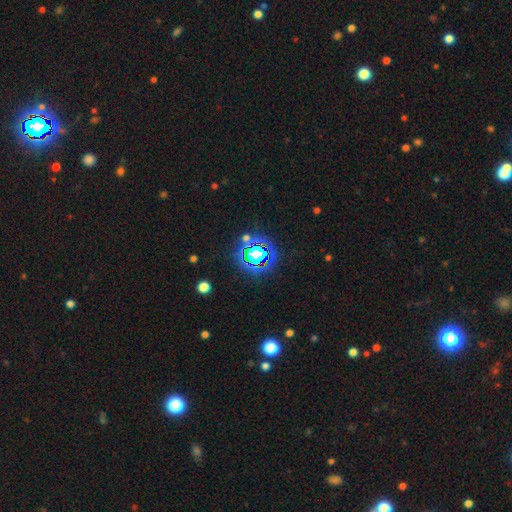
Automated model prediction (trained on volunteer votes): Smooth or featured? star or artifact (79%)